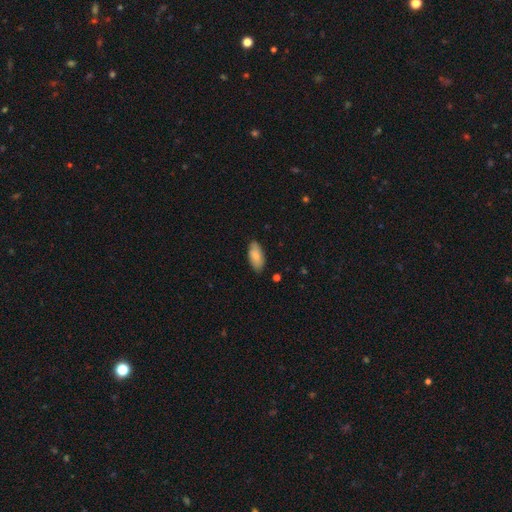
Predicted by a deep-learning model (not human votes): Smooth or featured? smooth (81%)
How rounded? in between (90%)
Merging? none (82%)